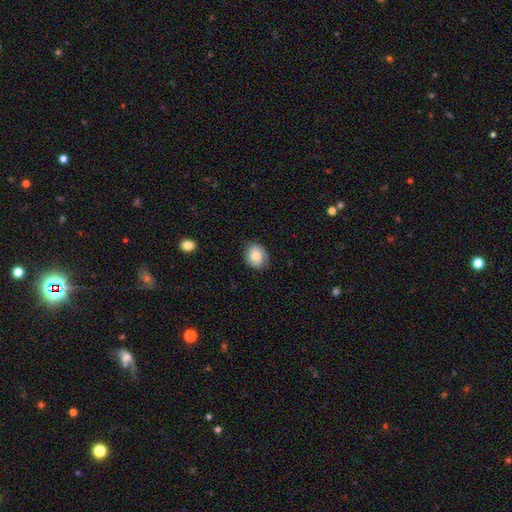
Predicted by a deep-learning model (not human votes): Q: Smooth or featured?
A: smooth (72%); runner-up: featured or disk (20%)
Q: How rounded?
A: round (60%); runner-up: in between (39%)
Q: Merging?
A: none (81%); runner-up: minor disturbance (15%)